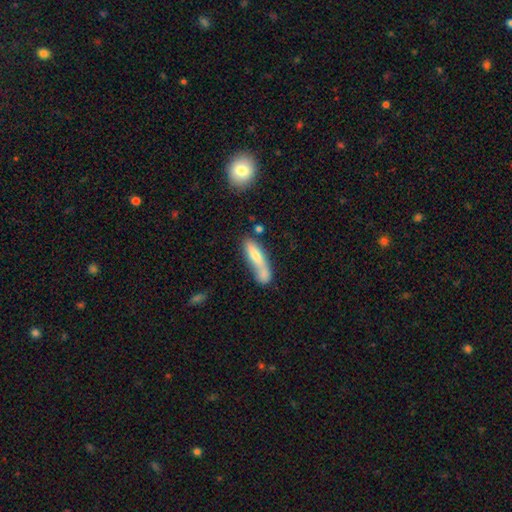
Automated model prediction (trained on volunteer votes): The model was most divided on "merging": none: 37%, merger: 34%, minor disturbance: 19%, major disturbance: 10%. More confident: smooth or featured — smooth (71%); how rounded — cigar-shaped (67%).